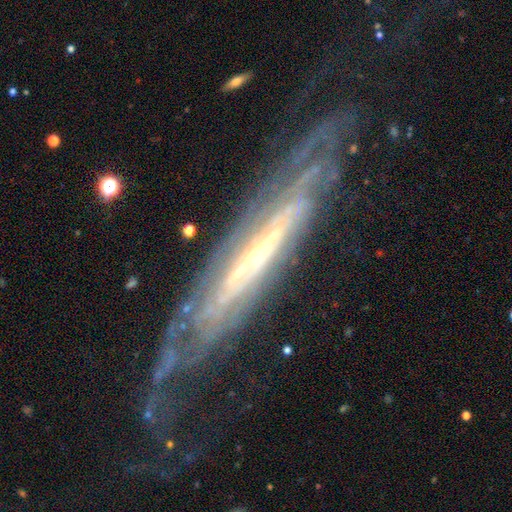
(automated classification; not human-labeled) The model was most divided on "bar": no: 39%, strong: 36%, weak: 25%. Remaining: spiral arms — yes (93%); smooth or featured — featured or disk (87%); bulge size — small (78%); spiral winding — tight (64%); merging — none (64%); edge-on disk — no (62%); spiral arm count — can't tell (47%).